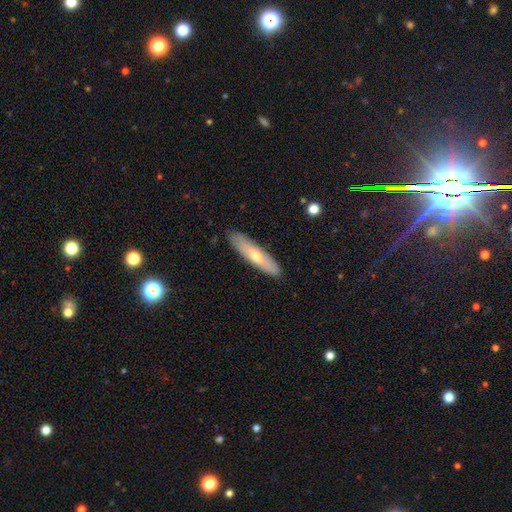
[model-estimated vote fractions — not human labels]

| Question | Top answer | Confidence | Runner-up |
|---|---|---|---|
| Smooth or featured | smooth | 56% | featured or disk (37%) |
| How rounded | cigar-shaped | 79% | in between (20%) |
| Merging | none | 88% | minor disturbance (9%) |